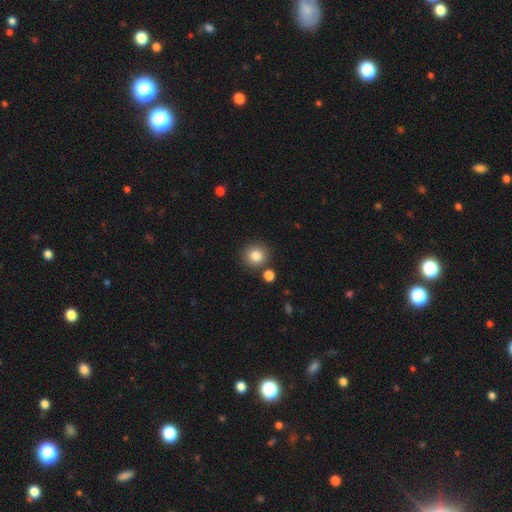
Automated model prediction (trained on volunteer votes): Smooth or featured? smooth (83%)
How rounded? round (87%)
Merging? none (82%)